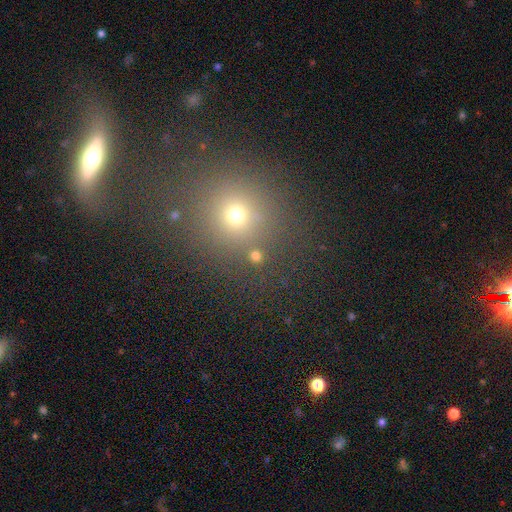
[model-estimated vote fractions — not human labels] Morphology: type=smooth (72%); roundness=round (91%); merging=none (80%).